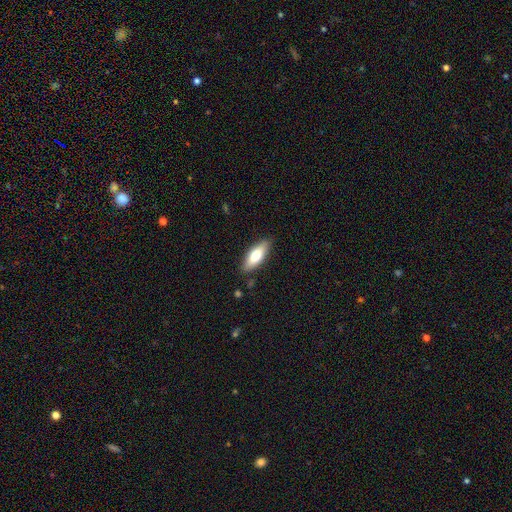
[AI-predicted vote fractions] Smooth or featured? smooth (71%)
How rounded? in between (67%)
Merging? none (86%)